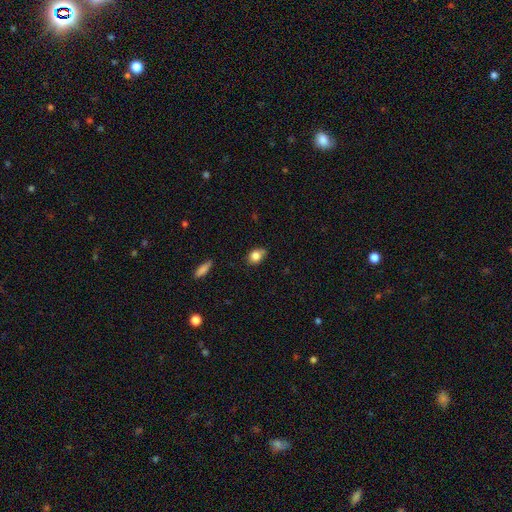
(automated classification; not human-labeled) A smooth galaxy with no disk features (82%) that is in between round and cigar-shaped (59%). Merging: none (69%).